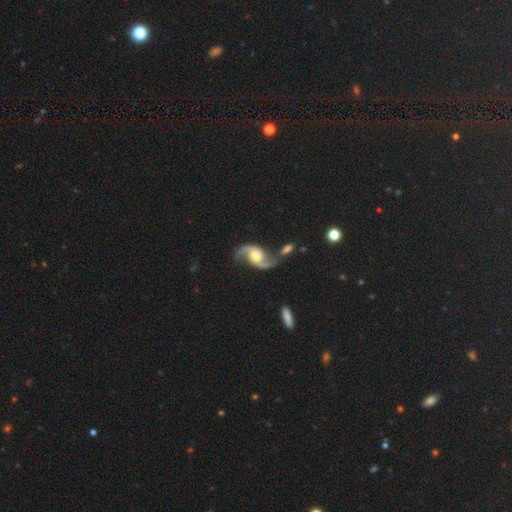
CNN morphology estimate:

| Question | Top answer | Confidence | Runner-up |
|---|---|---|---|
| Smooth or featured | featured or disk | 91% | star or artifact (4%) |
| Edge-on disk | no | 98% | yes (2%) |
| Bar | no | 60% | weak (30%) |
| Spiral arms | yes | 98% | no (2%) |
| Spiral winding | loose | 57% | medium (35%) |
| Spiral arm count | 2 | 94% | 1 (2%) |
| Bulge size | moderate | 58% | small (25%) |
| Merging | none | 60% | merger (17%) |